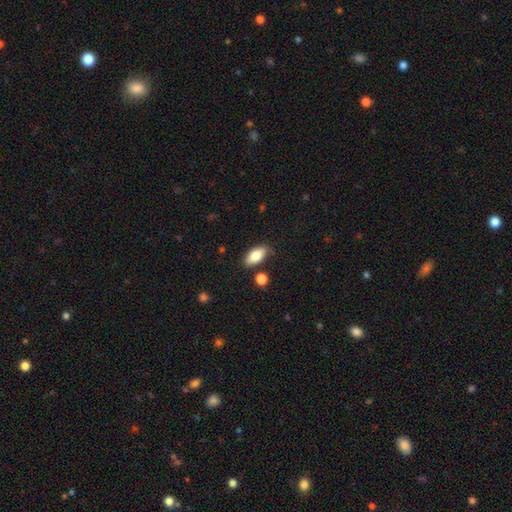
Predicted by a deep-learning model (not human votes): This is likely a smooth galaxy (79%). How rounded: clearly in between (88%). Merging: likely none (78%).